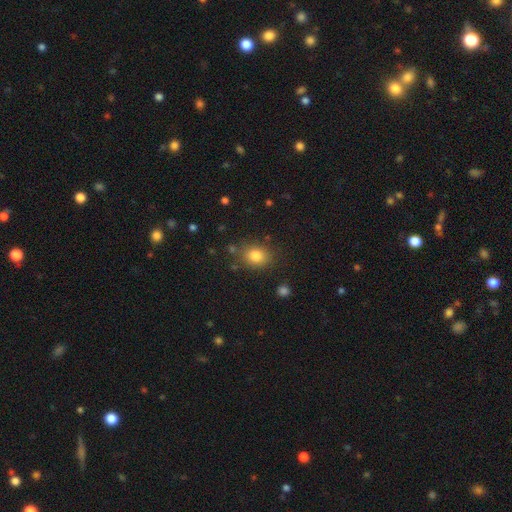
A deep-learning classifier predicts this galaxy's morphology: smooth_or_featured: smooth (p=0.82) [alt: star or artifact p=0.11]
how_rounded: round (p=0.59) [alt: in between p=0.40]
merging: none (p=0.80) [alt: minor disturbance p=0.12]